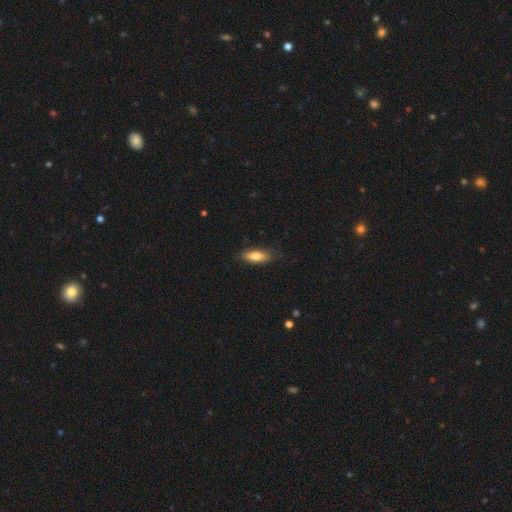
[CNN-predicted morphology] type=smooth (73%); roundness=in between (64%); merging=none (82%).